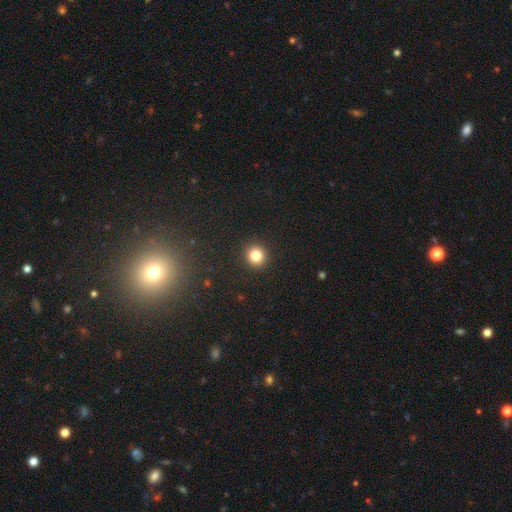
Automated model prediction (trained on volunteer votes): Smooth or featured? smooth (83%)
How rounded? round (92%)
Merging? none (92%)